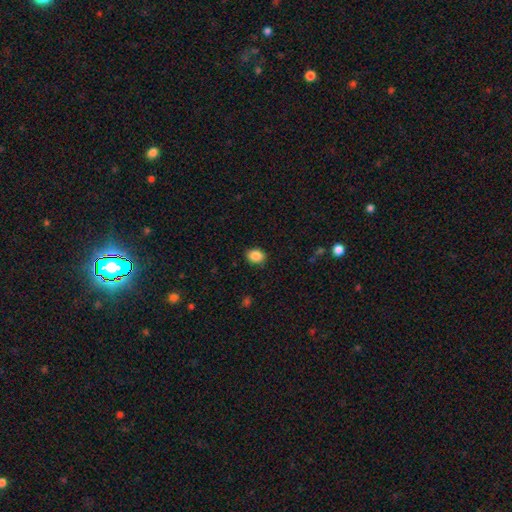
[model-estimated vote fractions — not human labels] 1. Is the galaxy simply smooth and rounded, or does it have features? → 87% smooth, 9% star or artifact, 4% featured or disk.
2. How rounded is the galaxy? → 58% in between, 41% round, 1% cigar-shaped.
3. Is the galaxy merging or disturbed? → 88% none, 8% minor disturbance, 2% major disturbance, 1% merger.